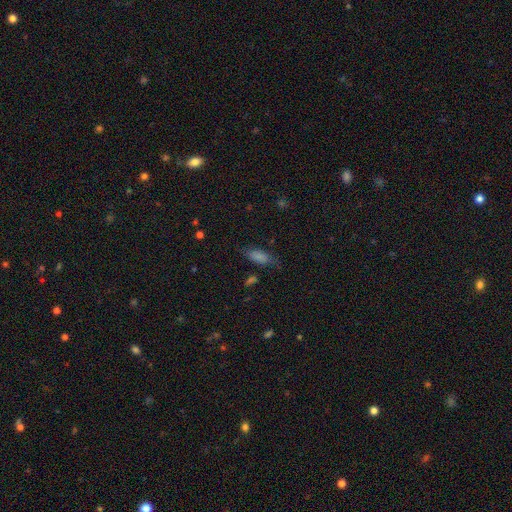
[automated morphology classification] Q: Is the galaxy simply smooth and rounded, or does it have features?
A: smooth — 62%.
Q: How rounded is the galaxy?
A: in between — 70%.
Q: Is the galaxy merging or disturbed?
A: none — 69%.